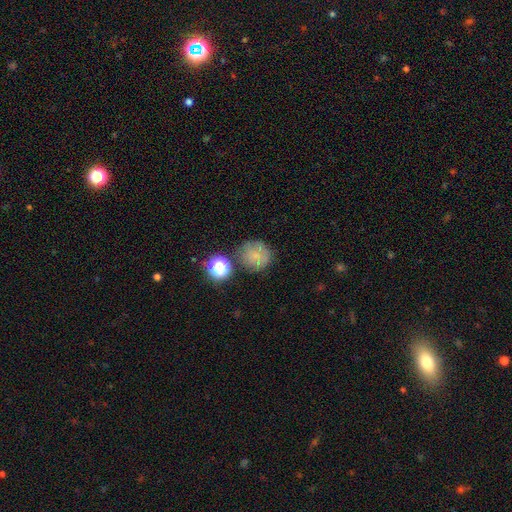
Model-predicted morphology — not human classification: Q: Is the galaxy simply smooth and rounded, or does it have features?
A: smooth — 62%.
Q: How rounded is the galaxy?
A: round — 87%.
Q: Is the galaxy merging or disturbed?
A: none — 68%.